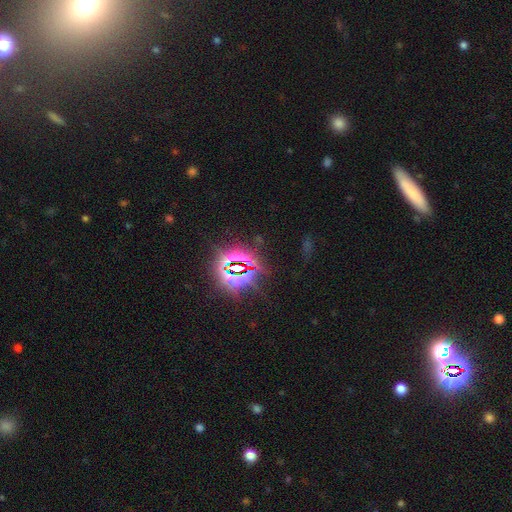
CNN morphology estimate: The model was most divided on "smooth or featured": star or artifact: 80%, smooth: 12%, featured or disk: 8%.